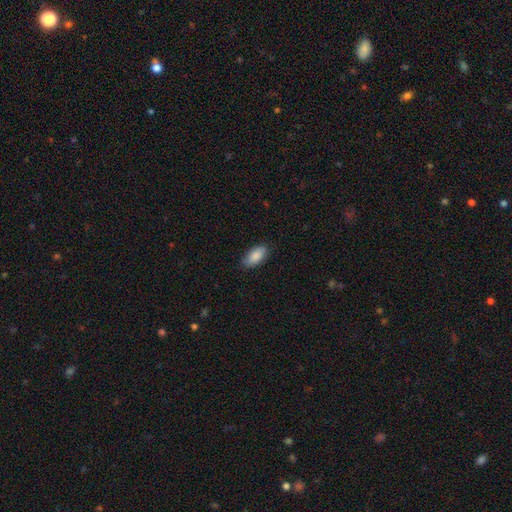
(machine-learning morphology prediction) A smooth galaxy with no disk features (87%) that is in between round and cigar-shaped (93%). Merging: none (85%).